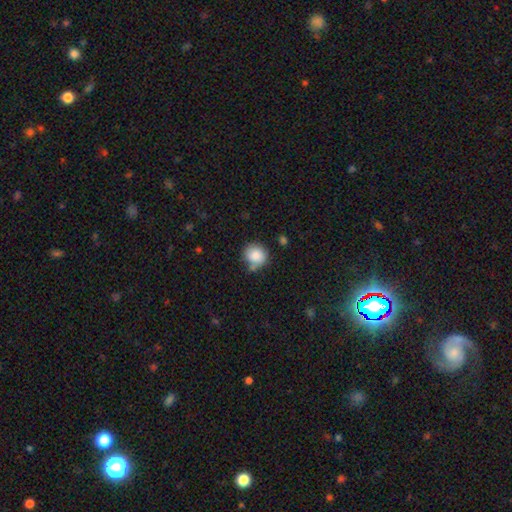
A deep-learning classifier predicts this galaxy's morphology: smooth-or-featured: smooth: 85% | star or artifact: 8% | featured or disk: 6%
  how-rounded: round: 87% | in between: 12% | cigar-shaped: 1%
  merging: none: 68% | minor disturbance: 17% | merger: 11% | major disturbance: 4%